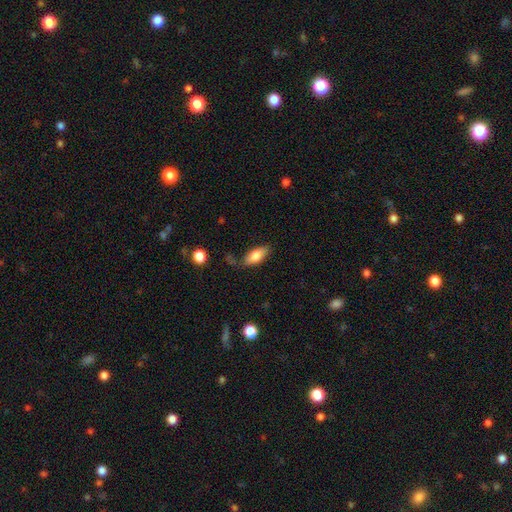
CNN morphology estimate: Smooth or featured? smooth (80%)
How rounded? in between (82%)
Merging? none (70%)